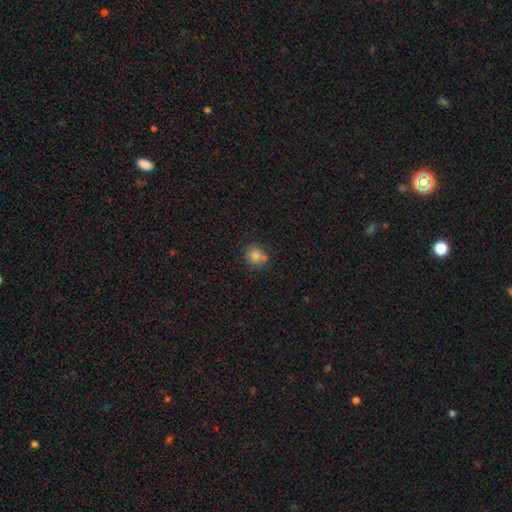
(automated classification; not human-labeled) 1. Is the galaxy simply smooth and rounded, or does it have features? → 79% smooth, 12% star or artifact, 8% featured or disk.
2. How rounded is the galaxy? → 80% round, 19% in between, 1% cigar-shaped.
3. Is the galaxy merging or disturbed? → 65% none, 17% merger, 14% minor disturbance, 4% major disturbance.